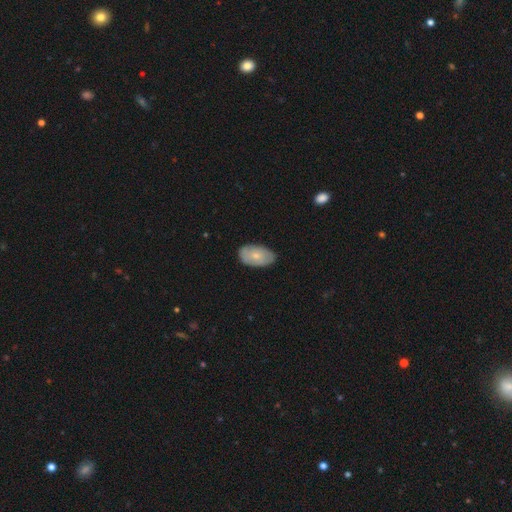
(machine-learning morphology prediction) smooth_or_featured: smooth (p=0.66) [alt: featured or disk p=0.28]
how_rounded: in between (p=0.92) [alt: round p=0.06]
merging: none (p=0.76) [alt: minor disturbance p=0.20]